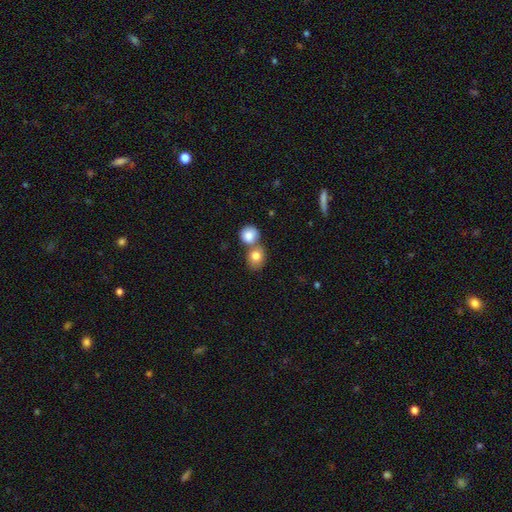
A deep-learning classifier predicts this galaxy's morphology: Smooth or featured: smooth — 82% (featured or disk — 11%)
How rounded: round — 65% (in between — 34%)
Merging: merger — 51% (none — 38%)